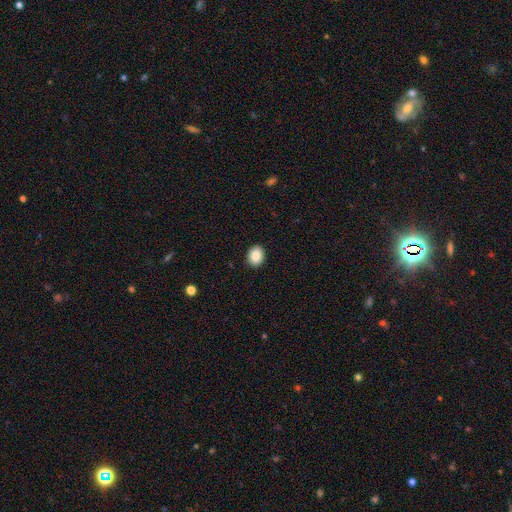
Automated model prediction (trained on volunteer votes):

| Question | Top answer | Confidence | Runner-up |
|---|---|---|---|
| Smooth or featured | smooth | 86% | star or artifact (8%) |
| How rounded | in between | 55% | round (45%) |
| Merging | none | 91% | minor disturbance (6%) |